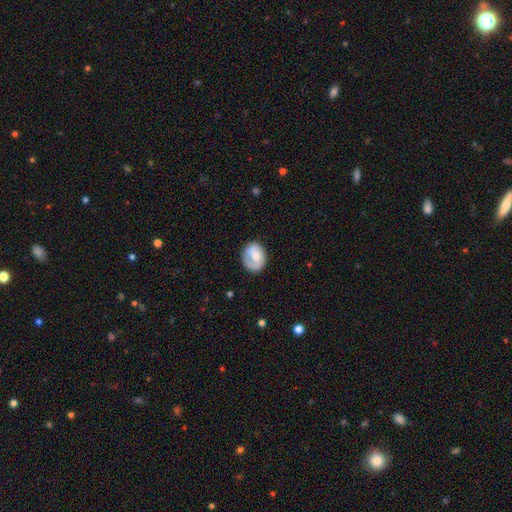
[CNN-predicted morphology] This appears to be a smooth galaxy with no disk features (53%) that is round (54%). Merging: none (70%).